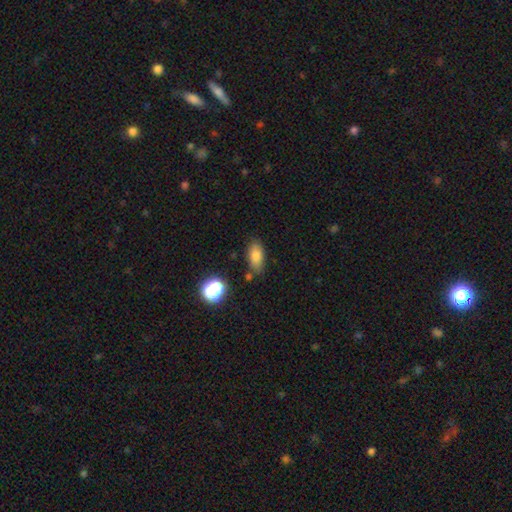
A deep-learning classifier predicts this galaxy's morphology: This appears to be a smooth galaxy with no disk features (79%) that is in between round and cigar-shaped (84%). Merging: none (76%).